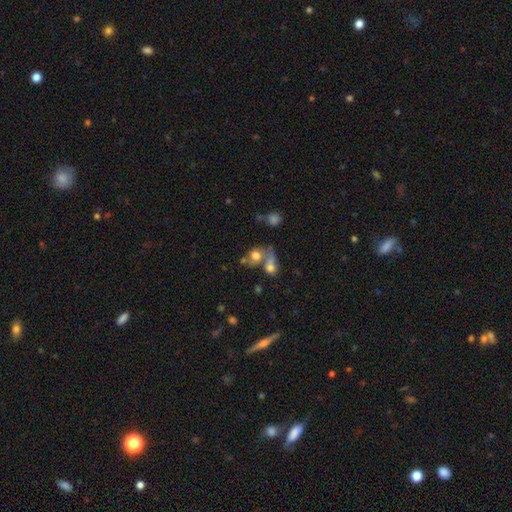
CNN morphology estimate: A smooth galaxy with no disk features (68%) that is round (58%).

Vote fractions:
- Smooth or featured? smooth: 68% / featured or disk: 19% / star or artifact: 12%
- How rounded? round: 58% / in between: 40% / cigar-shaped: 2%
- Merging? merger: 55% / none: 27% / minor disturbance: 9% / major disturbance: 8%